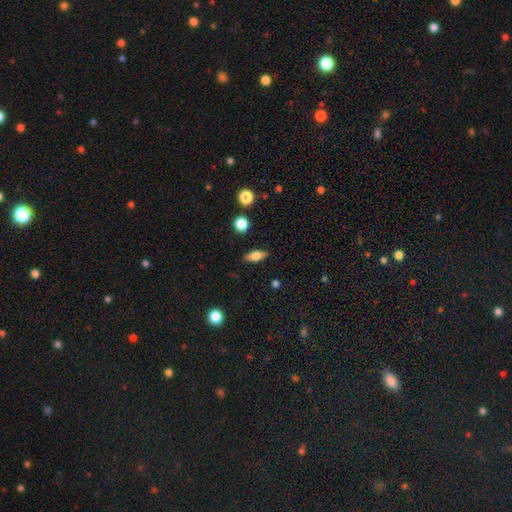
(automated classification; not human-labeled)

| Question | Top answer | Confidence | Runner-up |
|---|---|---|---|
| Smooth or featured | smooth | 72% | featured or disk (20%) |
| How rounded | in between | 74% | cigar-shaped (20%) |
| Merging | none | 85% | minor disturbance (11%) |